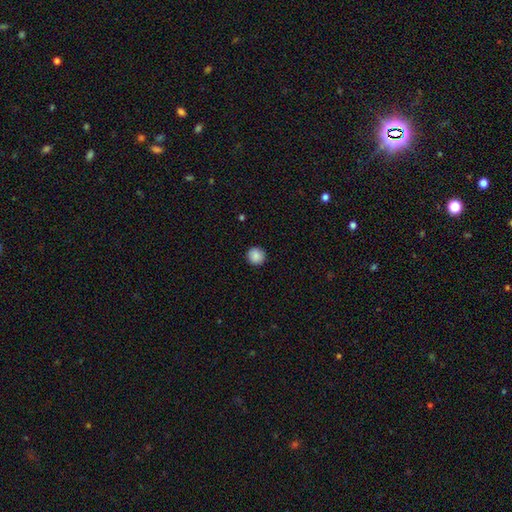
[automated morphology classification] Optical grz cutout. It shows a smooth galaxy with no disk features (89%) that is round (95%). Merging: none (93%).